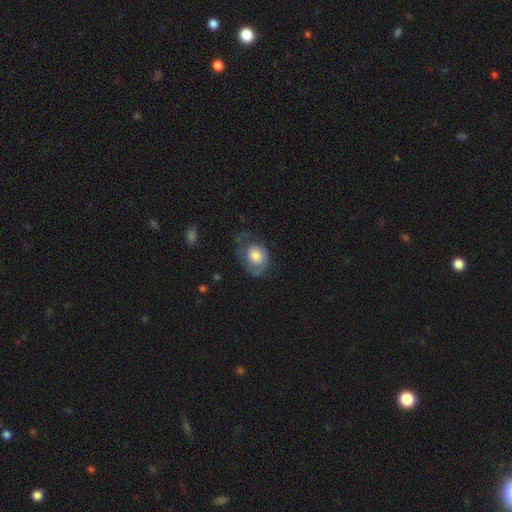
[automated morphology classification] This appears to be a smooth galaxy with no disk features (61%) that is in between round and cigar-shaped (58%). Merging: none (39%).